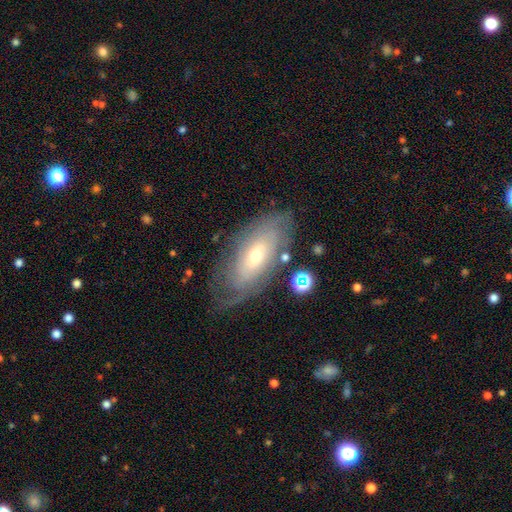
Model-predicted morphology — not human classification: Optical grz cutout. It shows a featured or disk galaxy (70%) with no bar (72%), spiral arms (79%) and a small central bulge (53%). Merging: none (69%).